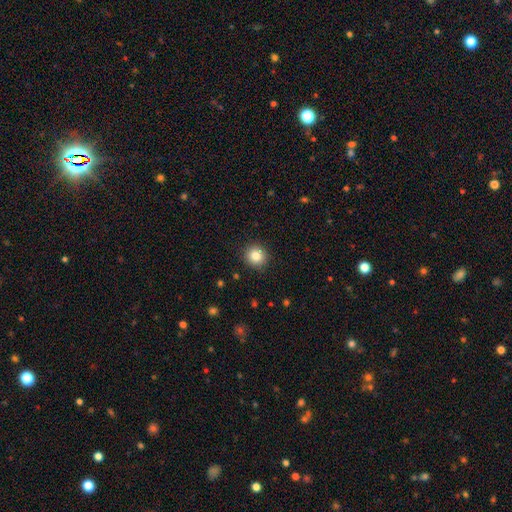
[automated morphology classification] This appears to be a smooth galaxy with no disk features (83%) that is round (91%). Merging: none (91%).